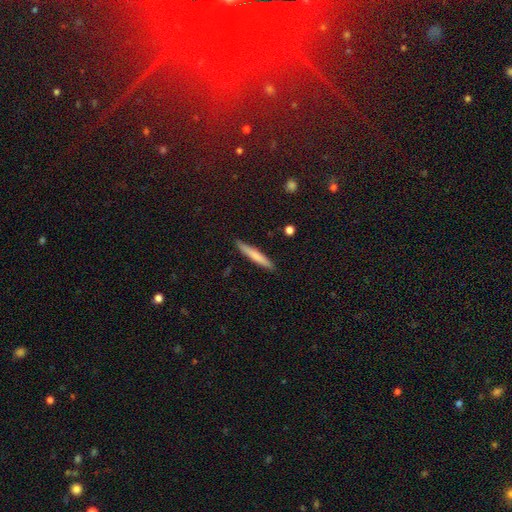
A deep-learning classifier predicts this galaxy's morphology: type=smooth (71%); roundness=cigar-shaped (95%); merging=none (89%).